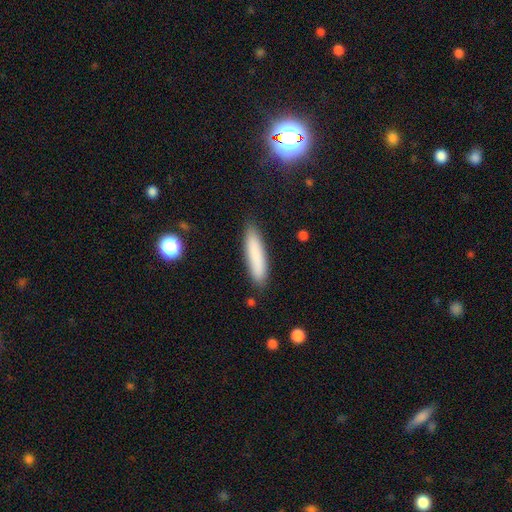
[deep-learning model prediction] Smooth or featured?
  - smooth: 82% *
  - featured or disk: 11%
  - star or artifact: 7%
How rounded?
  - cigar-shaped: 80% *
  - in between: 18%
  - round: 1%
Merging?
  - none: 87% *
  - minor disturbance: 10%
  - major disturbance: 2%
  - merger: 2%